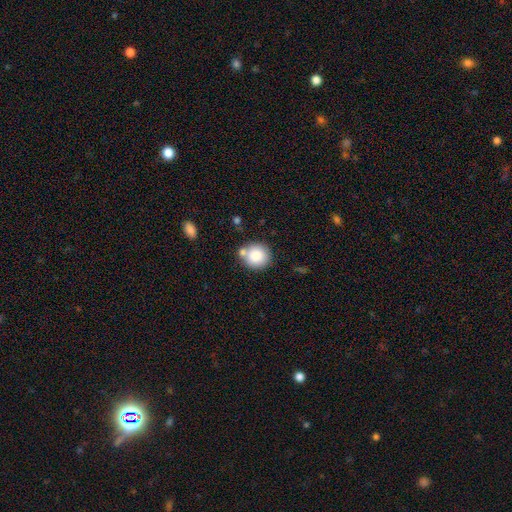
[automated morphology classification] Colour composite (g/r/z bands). It shows a smooth galaxy with no disk features (84%) that is round (87%). Merging: none (67%).